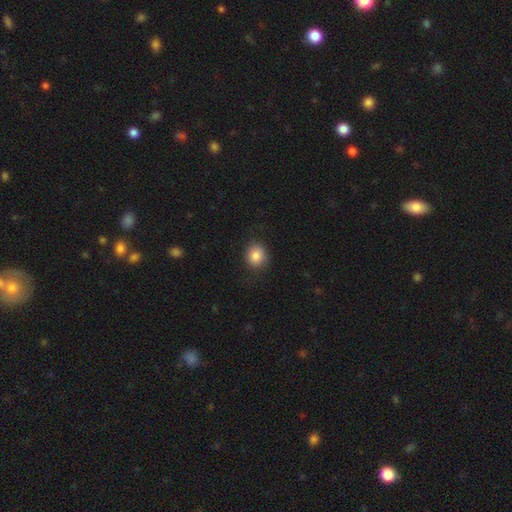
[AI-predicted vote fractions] A smooth galaxy with no disk features (84%) that is round (70%).

Vote fractions:
- Smooth or featured? smooth: 84% / star or artifact: 8% / featured or disk: 7%
- How rounded? round: 70% / in between: 29% / cigar-shaped: 1%
- Merging? none: 81% / minor disturbance: 14% / major disturbance: 4% / merger: 1%